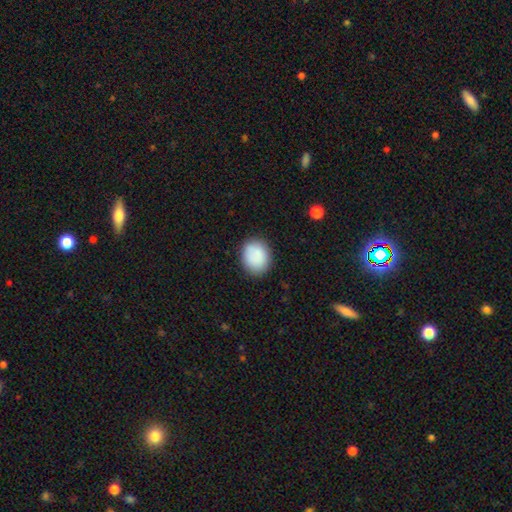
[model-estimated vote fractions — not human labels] The model was most divided on "how rounded": round: 57%, in between: 42%, cigar-shaped: 1%. More confident: smooth or featured — smooth (88%); merging — none (84%).